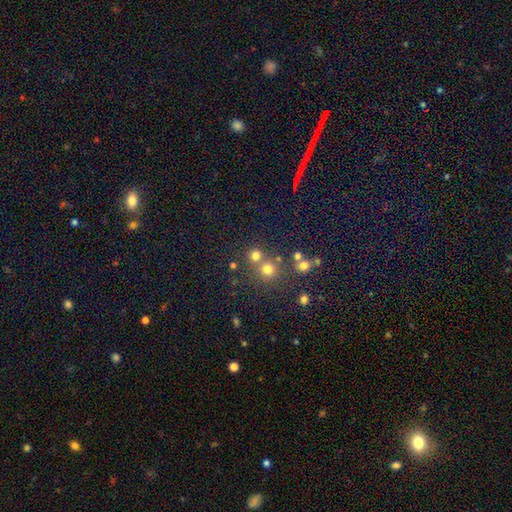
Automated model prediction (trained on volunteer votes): Smooth or featured? smooth (73%)
How rounded? round (92%)
Merging? none (64%)